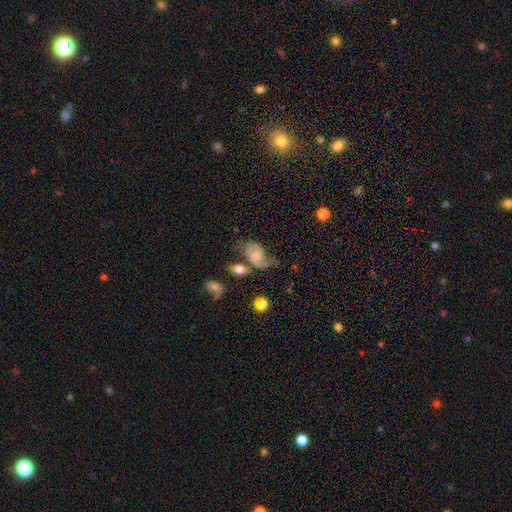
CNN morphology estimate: Q: Smooth or featured?
A: featured or disk (63%); runner-up: smooth (28%)
Q: Edge-on disk?
A: no (96%); runner-up: yes (4%)
Q: Bar?
A: no (63%); runner-up: weak (31%)
Q: Spiral arms?
A: yes (90%); runner-up: no (10%)
Q: Spiral winding?
A: loose (43%); runner-up: medium (41%)
Q: Spiral arm count?
A: 2 (84%); runner-up: can't tell (8%)
Q: Bulge size?
A: small (51%); runner-up: moderate (31%)
Q: Merging?
A: none (42%); runner-up: minor disturbance (25%)